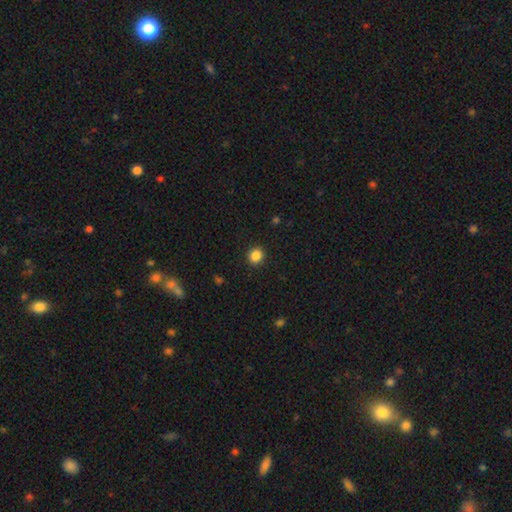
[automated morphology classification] This appears to be a smooth galaxy with no disk features (86%) that is round (88%). Merging: none (92%).